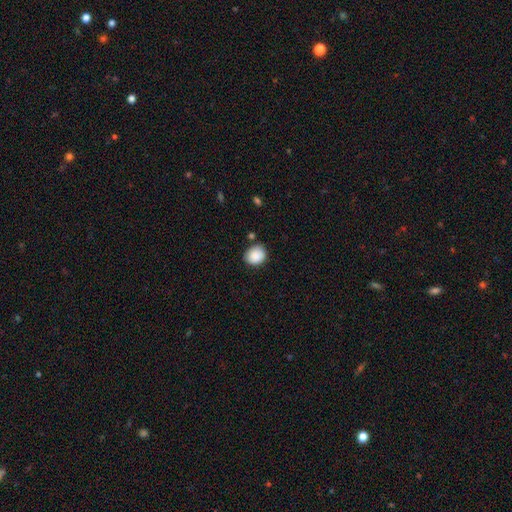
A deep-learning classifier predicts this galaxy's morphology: A smooth galaxy with no disk features (87%) that is round (65%).

Vote fractions:
- Smooth or featured? smooth: 87% / star or artifact: 8% / featured or disk: 5%
- How rounded? round: 65% / in between: 34% / cigar-shaped: 1%
- Merging? none: 74% / minor disturbance: 18% / merger: 4% / major disturbance: 4%